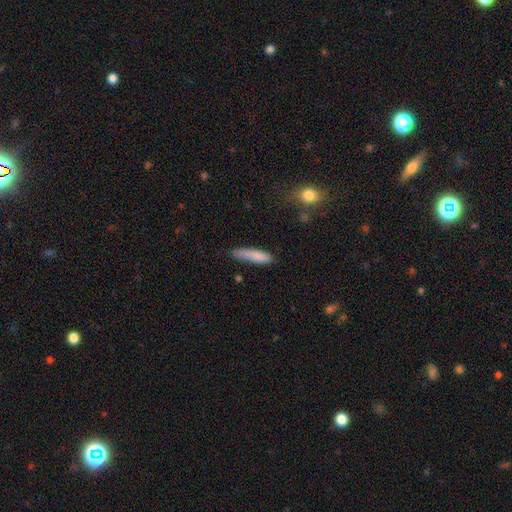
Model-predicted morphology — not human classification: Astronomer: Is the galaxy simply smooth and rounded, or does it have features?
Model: smooth — 82%.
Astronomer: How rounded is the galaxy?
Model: cigar-shaped — 81%.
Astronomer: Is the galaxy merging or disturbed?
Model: none — 70%.